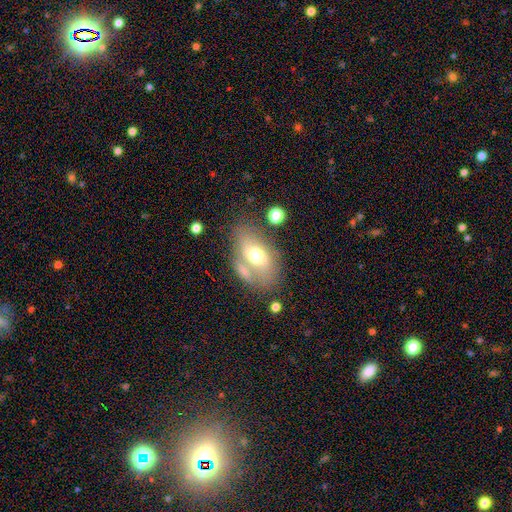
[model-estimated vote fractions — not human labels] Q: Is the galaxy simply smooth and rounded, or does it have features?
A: smooth — 56%.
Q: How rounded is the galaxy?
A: in between — 86%.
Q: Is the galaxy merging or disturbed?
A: none — 49%.